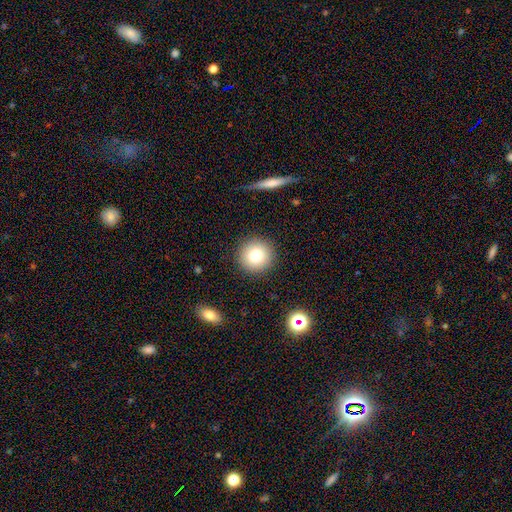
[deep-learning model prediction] Overall: smooth (79%). How rounded: round (95%). Merging: none (91%).